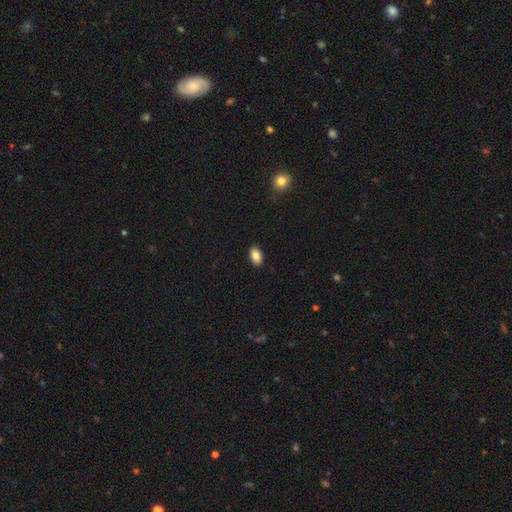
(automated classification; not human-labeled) This is clearly a smooth galaxy (86%). How rounded: clearly in between (92%). Merging: clearly none (90%).